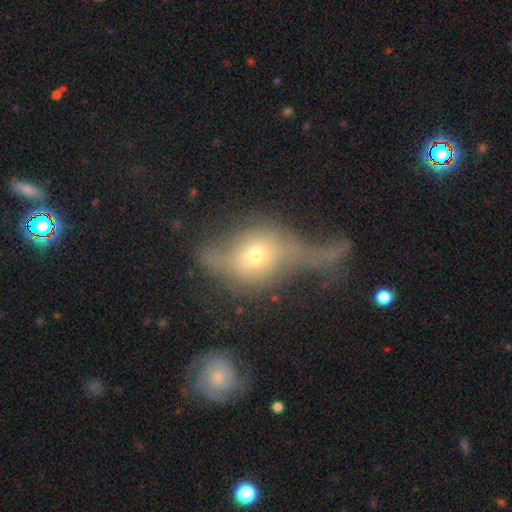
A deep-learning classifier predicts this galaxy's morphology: Overall: featured or disk (51%; smooth 37%). Edge-on disk: no (73%). Merging: major disturbance (47%; none 22%).